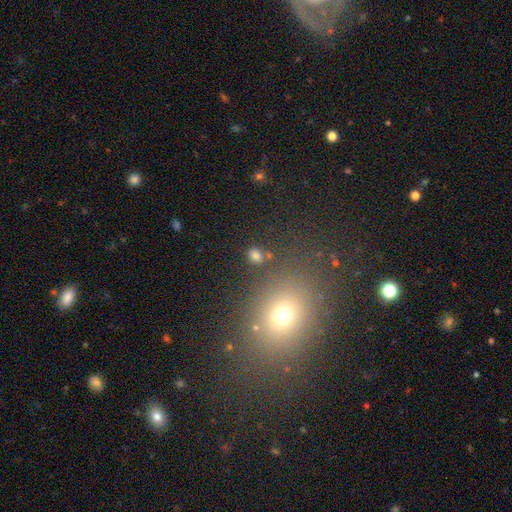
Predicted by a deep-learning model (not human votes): Smooth or featured: smooth — 75% (star or artifact — 18%)
How rounded: round — 62% (in between — 37%)
Merging: none — 80% (minor disturbance — 9%)